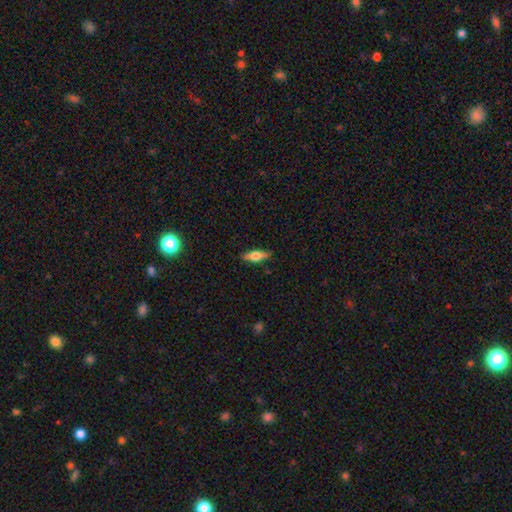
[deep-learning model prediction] The model was most divided on "how rounded": in between: 49%, cigar-shaped: 48%, round: 3%. More confident: merging — none (87%); smooth or featured — smooth (52%).